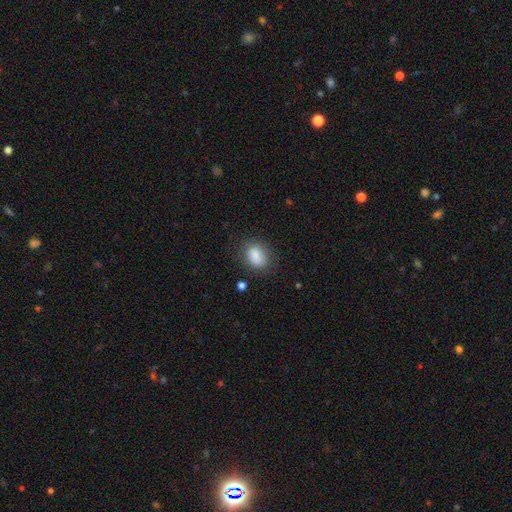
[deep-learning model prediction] This appears to be a smooth galaxy with no disk features (83%) that is in between round and cigar-shaped (68%). Merging: none (76%).